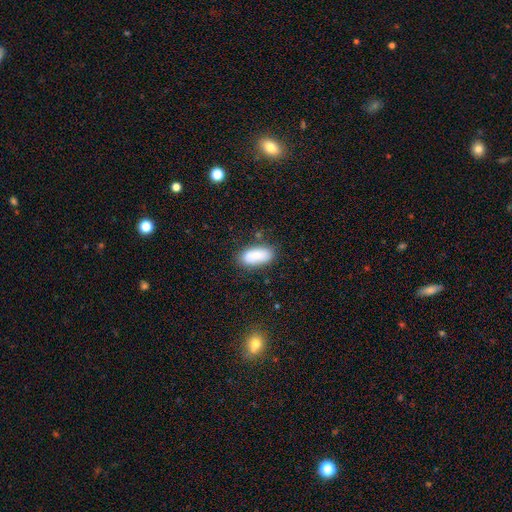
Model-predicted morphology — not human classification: Smooth or featured: smooth — 85% (featured or disk — 8%)
How rounded: in between — 89% (cigar-shaped — 9%)
Merging: none — 77% (minor disturbance — 15%)